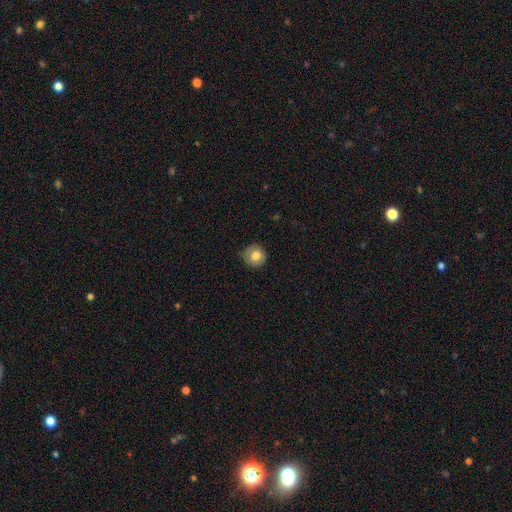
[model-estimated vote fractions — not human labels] Smooth or featured? Predicted: smooth (p=0.77). How rounded? Predicted: round (p=0.93). Merging? Predicted: none (p=0.80).